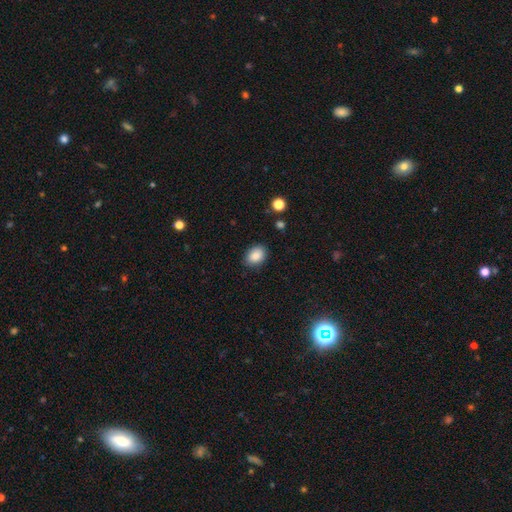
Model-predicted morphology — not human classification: A smooth galaxy with no disk features (87%) that is in between round and cigar-shaped (73%). Merging: none (85%).